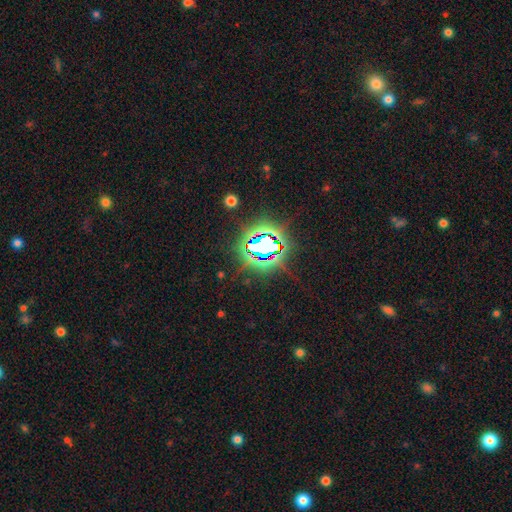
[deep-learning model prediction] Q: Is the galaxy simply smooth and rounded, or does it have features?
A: star or artifact — 80%.